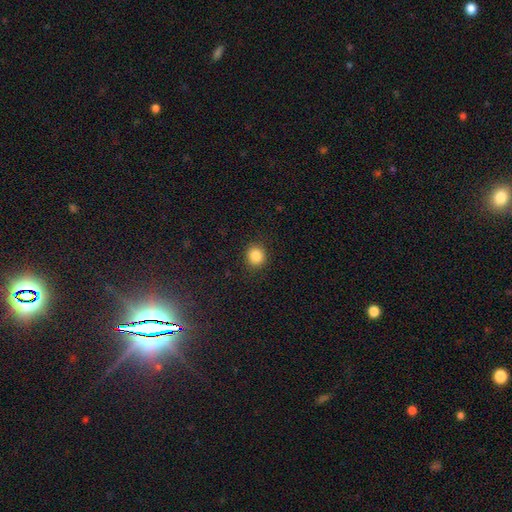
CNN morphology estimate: The model was most divided on "how rounded": round: 83%, in between: 16%, cigar-shaped: 1%. More confident: merging — none (88%); smooth or featured — smooth (86%).